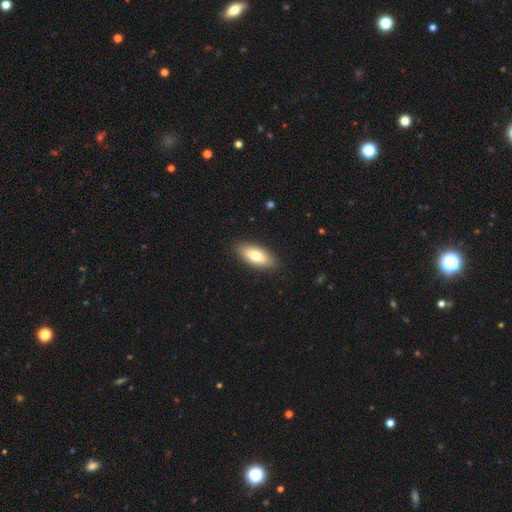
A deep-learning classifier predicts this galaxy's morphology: type=smooth (78%); roundness=in between (85%); merging=none (88%).